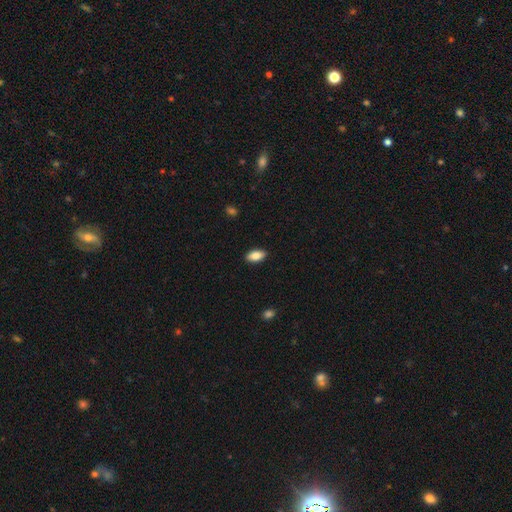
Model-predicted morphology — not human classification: smooth-or-featured: smooth: 86% | featured or disk: 7% | star or artifact: 7%
  how-rounded: in between: 92% | cigar-shaped: 6% | round: 3%
  merging: none: 90% | minor disturbance: 8% | major disturbance: 2% | merger: 1%